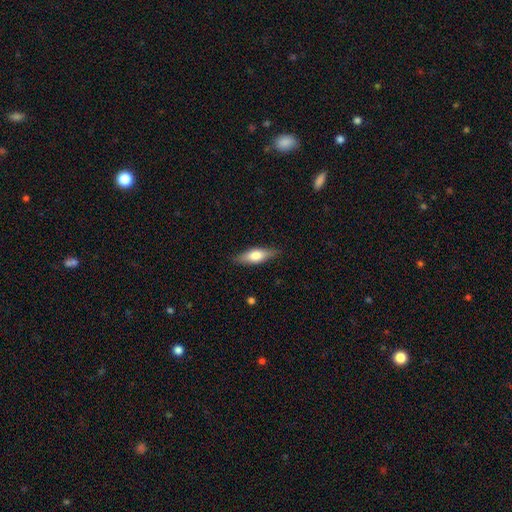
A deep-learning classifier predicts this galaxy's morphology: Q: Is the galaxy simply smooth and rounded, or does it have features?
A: smooth — 58%.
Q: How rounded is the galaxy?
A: in between — 55%.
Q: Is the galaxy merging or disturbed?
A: none — 85%.